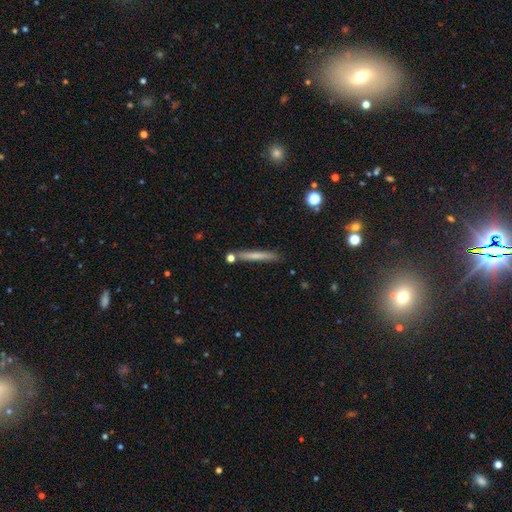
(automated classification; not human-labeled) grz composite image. It shows a smooth galaxy with no disk features (63%) that is cigar-shaped (95%). Merging: none (81%).